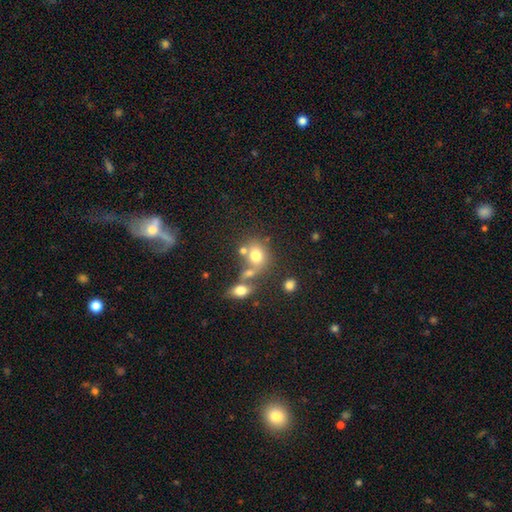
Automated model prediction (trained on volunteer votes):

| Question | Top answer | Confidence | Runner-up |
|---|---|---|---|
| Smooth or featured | smooth | 72% | featured or disk (15%) |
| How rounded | round | 60% | in between (39%) |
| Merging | none | 41% | merger (39%) |